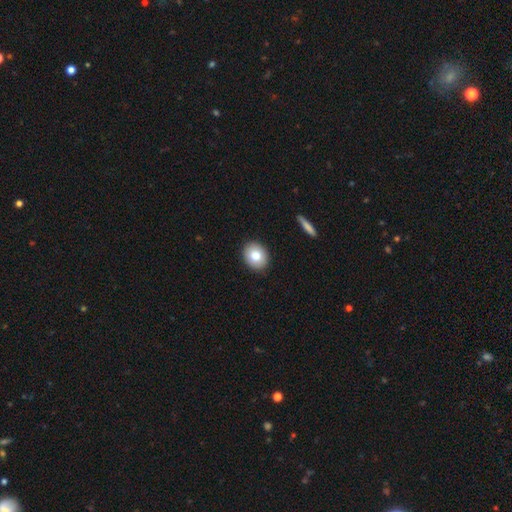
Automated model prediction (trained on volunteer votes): Smooth or featured: smooth — 80% (featured or disk — 12%)
How rounded: round — 62% (in between — 37%)
Merging: none — 91% (minor disturbance — 6%)